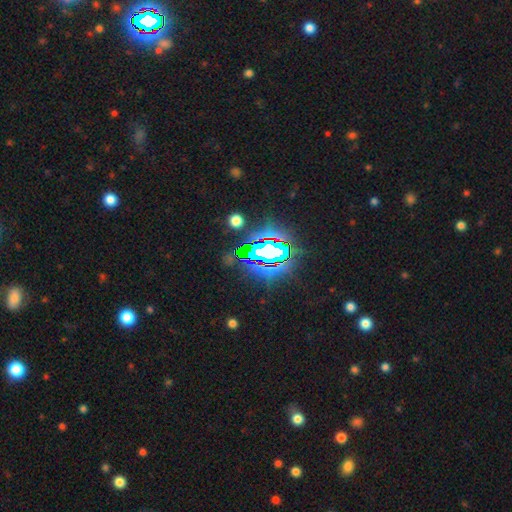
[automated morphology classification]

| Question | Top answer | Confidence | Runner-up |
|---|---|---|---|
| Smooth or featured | star or artifact | 76% | smooth (12%) |